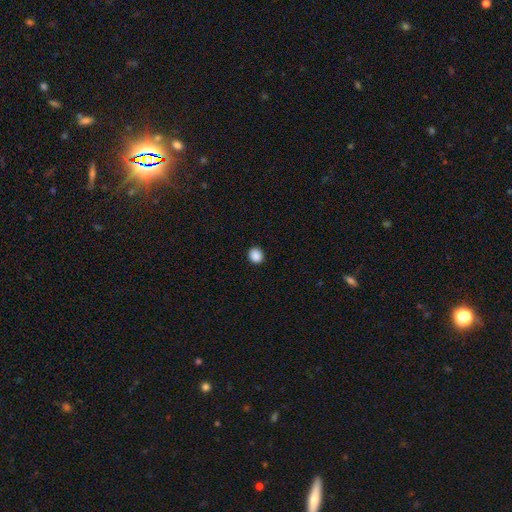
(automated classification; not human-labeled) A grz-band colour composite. It shows a smooth galaxy with no disk features (89%) that is round (75%). Merging: none (92%).